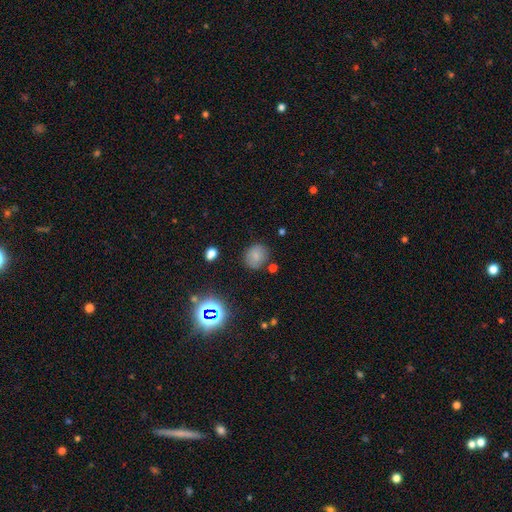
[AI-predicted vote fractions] A smooth galaxy with no disk features (73%) that is round (70%). Merging: none (80%).